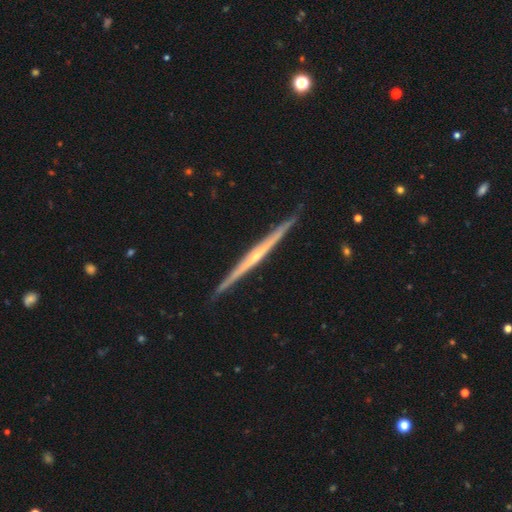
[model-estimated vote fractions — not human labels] Smooth or featured: featured or disk — 82% (smooth — 13%)
Edge-on disk: yes — 98% (no — 2%)
Edge-on bulge: rounded — 57% (none — 39%)
Merging: none — 90% (minor disturbance — 8%)